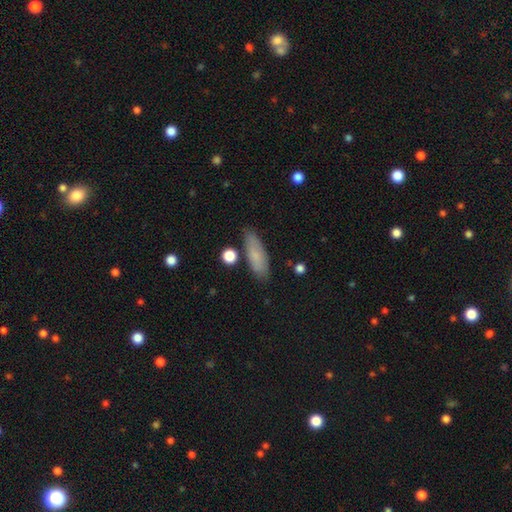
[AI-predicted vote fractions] A smooth galaxy with no disk features (78%) that is in between round and cigar-shaped (52%).

Vote fractions:
- Smooth or featured? smooth: 78% / featured or disk: 14% / star or artifact: 8%
- How rounded? in between: 52% / cigar-shaped: 45% / round: 3%
- Merging? none: 82% / minor disturbance: 12% / merger: 3% / major disturbance: 3%